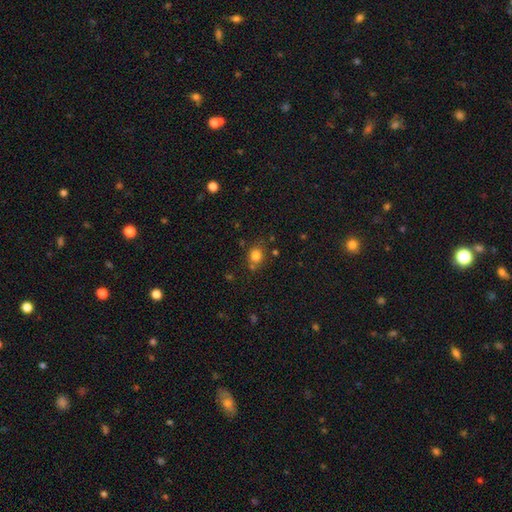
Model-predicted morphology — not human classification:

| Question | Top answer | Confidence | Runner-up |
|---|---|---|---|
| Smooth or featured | smooth | 80% | star or artifact (13%) |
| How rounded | round | 71% | in between (28%) |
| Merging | none | 70% | minor disturbance (15%) |